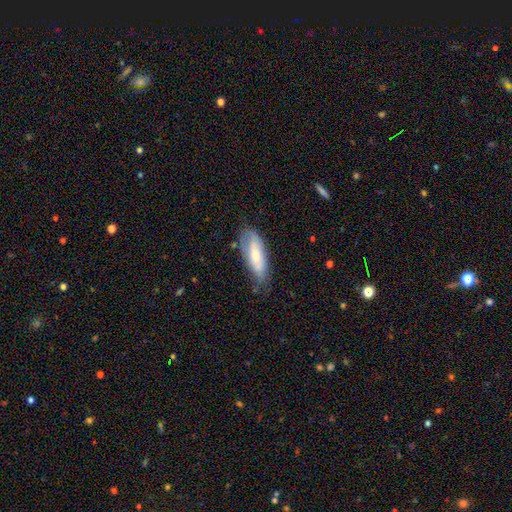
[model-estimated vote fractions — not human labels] A smooth galaxy with no disk features (60%) that is in between round and cigar-shaped (66%). Merging: none (57%).